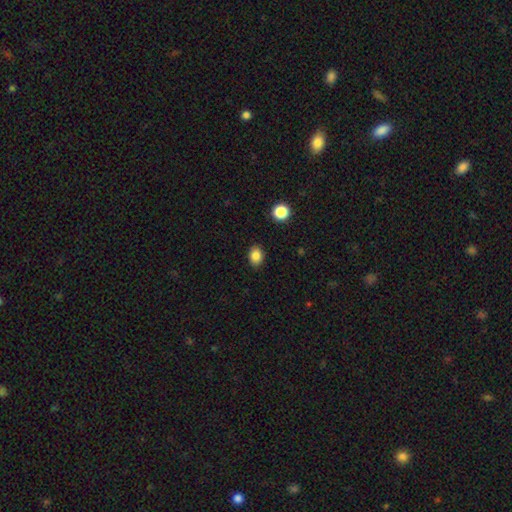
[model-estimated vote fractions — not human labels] Smooth or featured?
  - smooth: 85% *
  - star or artifact: 10%
  - featured or disk: 5%
How rounded?
  - in between: 64% *
  - round: 35%
  - cigar-shaped: 1%
Merging?
  - none: 88% *
  - minor disturbance: 8%
  - major disturbance: 2%
  - merger: 1%